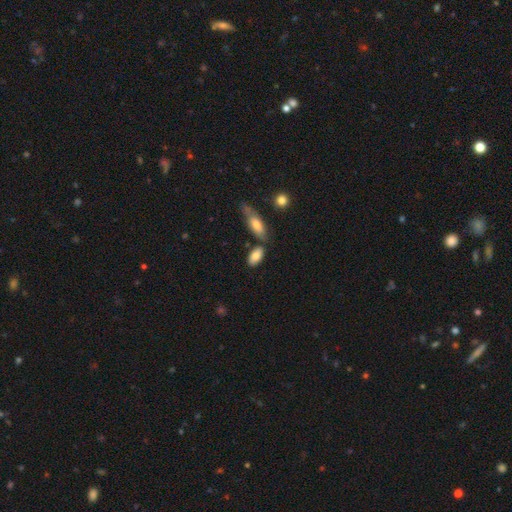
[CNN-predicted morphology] A smooth galaxy with no disk features (81%) that is in between round and cigar-shaped (90%). Merging: none (67%).